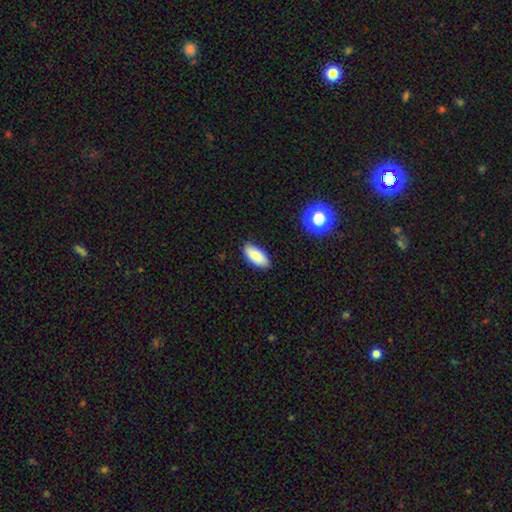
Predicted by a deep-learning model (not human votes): A smooth galaxy with no disk features (84%) that is in between round and cigar-shaped (91%).

Vote fractions:
- Smooth or featured? smooth: 84% / featured or disk: 9% / star or artifact: 7%
- How rounded? in between: 91% / cigar-shaped: 7% / round: 2%
- Merging? none: 85% / minor disturbance: 11% / major disturbance: 2% / merger: 1%